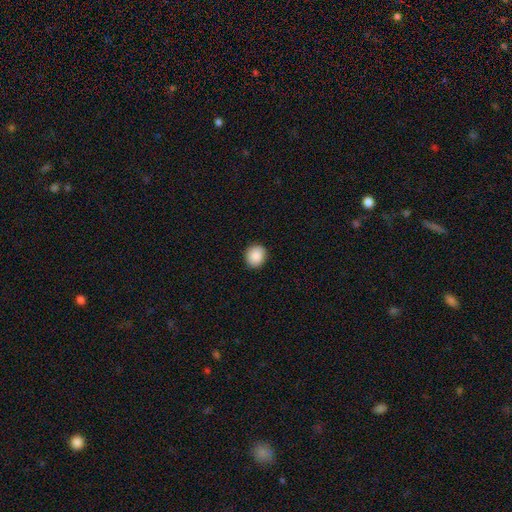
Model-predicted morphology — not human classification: type=smooth (89%); roundness=round (78%); merging=none (90%).